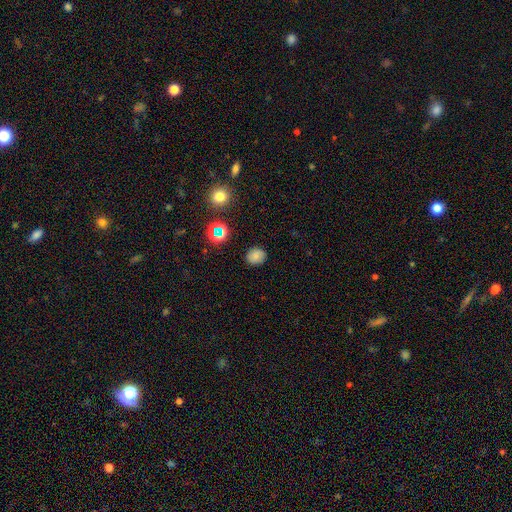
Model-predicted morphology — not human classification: Overall: smooth (75%). How rounded: round (71%). Merging: none (86%).